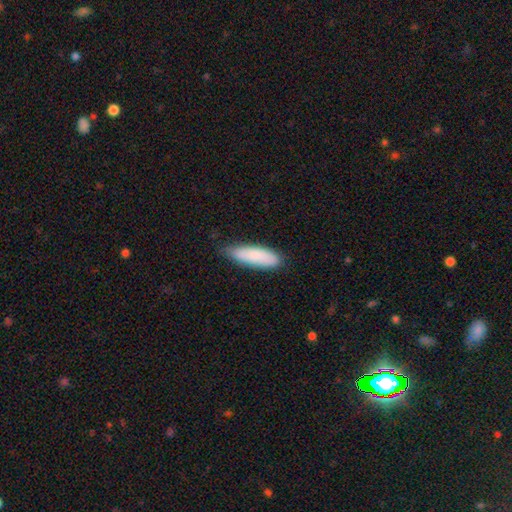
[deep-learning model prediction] Smooth or featured? smooth (84%)
How rounded? cigar-shaped (50%)
Merging? none (74%)